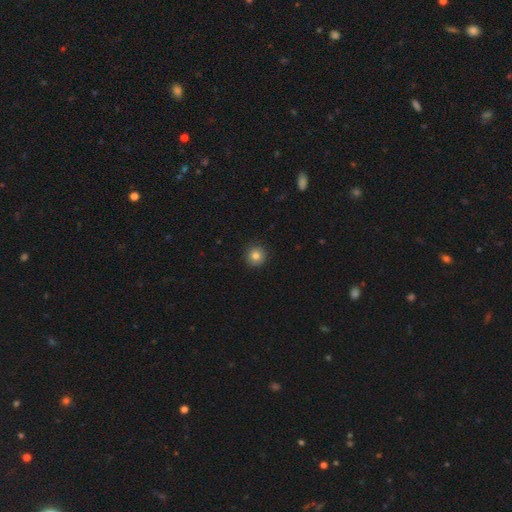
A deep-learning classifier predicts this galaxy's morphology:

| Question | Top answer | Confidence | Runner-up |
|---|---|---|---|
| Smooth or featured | smooth | 81% | star or artifact (10%) |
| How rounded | round | 94% | in between (5%) |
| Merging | none | 91% | minor disturbance (6%) |